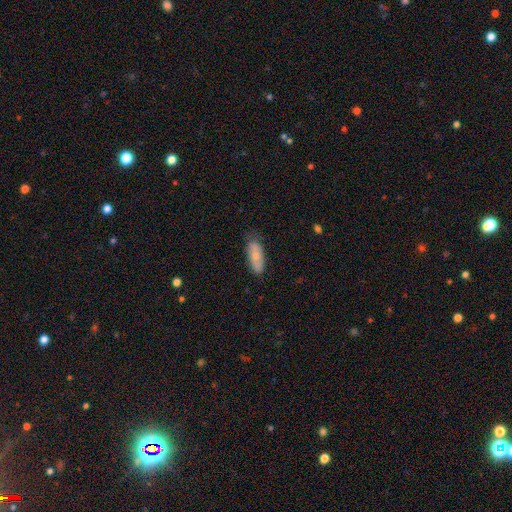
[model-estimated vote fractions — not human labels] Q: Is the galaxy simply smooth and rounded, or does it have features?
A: smooth — 72%.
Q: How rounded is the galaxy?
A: in between — 71%.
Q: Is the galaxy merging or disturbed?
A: none — 72%.